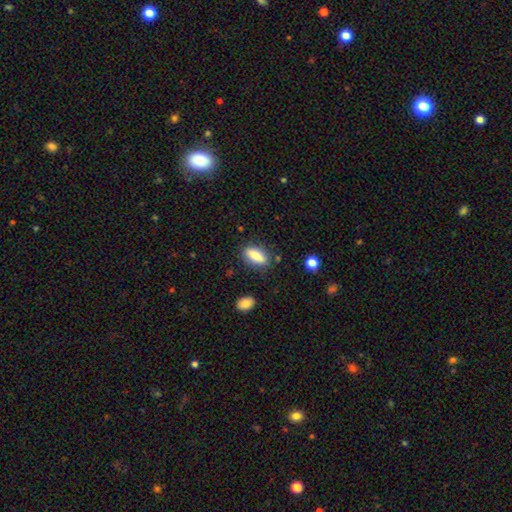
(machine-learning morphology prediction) A smooth galaxy with no disk features (84%) that is in between round and cigar-shaped (71%). Merging: none (80%).